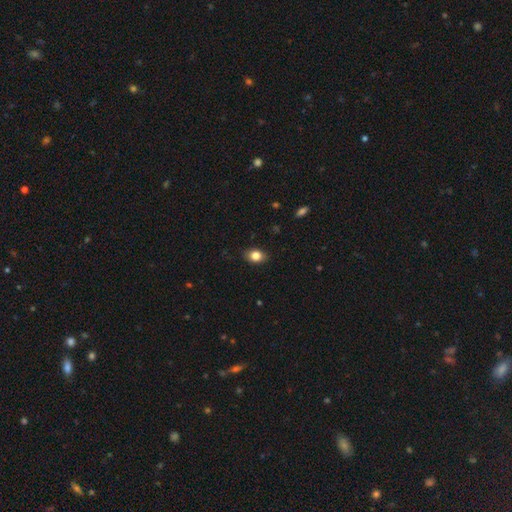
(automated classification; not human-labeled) This appears to be a smooth galaxy with no disk features (83%) that is in between round and cigar-shaped (66%). Merging: none (85%).